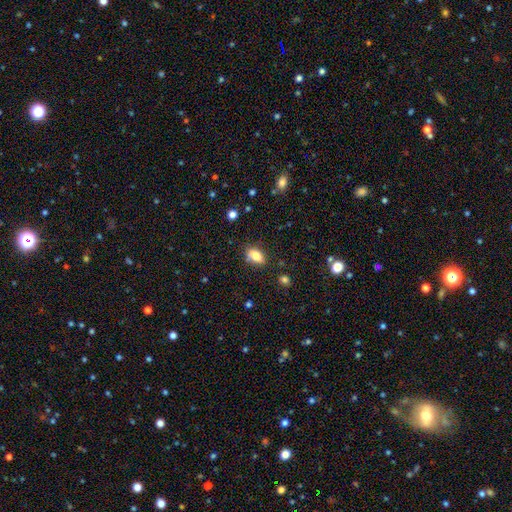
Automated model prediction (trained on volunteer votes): A smooth galaxy with no disk features (80%) that is in between round and cigar-shaped (86%).

Vote fractions:
- Smooth or featured? smooth: 80% / featured or disk: 10% / star or artifact: 9%
- How rounded? in between: 86% / round: 11% / cigar-shaped: 3%
- Merging? none: 78% / minor disturbance: 16% / major disturbance: 3% / merger: 3%